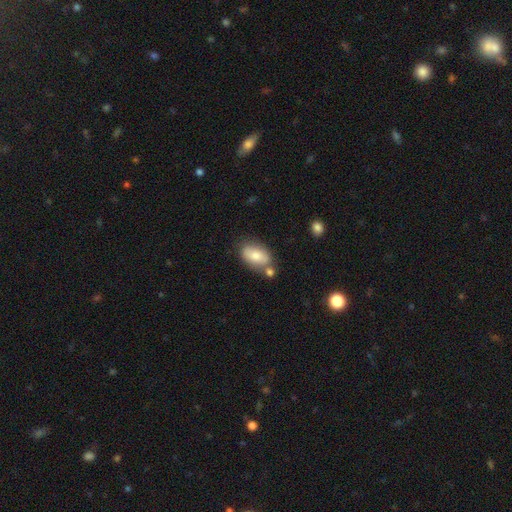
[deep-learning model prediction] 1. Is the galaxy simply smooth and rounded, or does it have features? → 76% smooth, 17% featured or disk, 7% star or artifact.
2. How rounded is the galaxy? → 91% in between, 6% round, 3% cigar-shaped.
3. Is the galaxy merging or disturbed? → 63% none, 17% minor disturbance, 16% merger, 4% major disturbance.